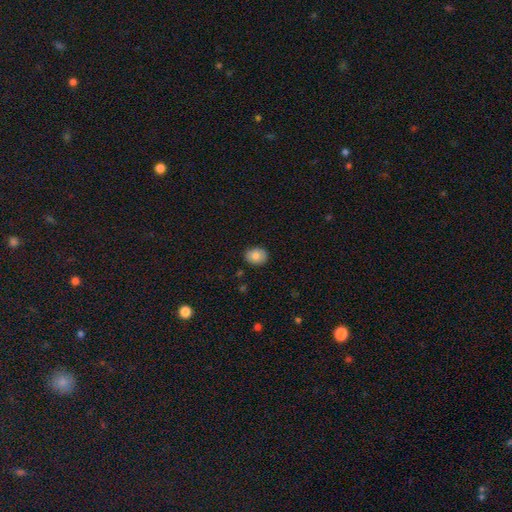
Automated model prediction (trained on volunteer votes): Morphology: type=smooth (85%); roundness=round (51%); merging=none (89%).